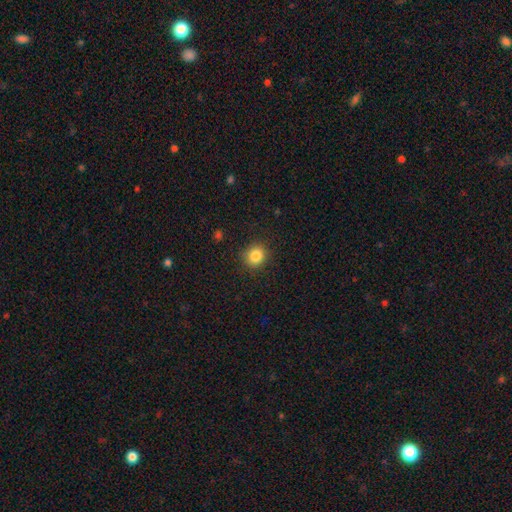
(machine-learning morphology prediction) Smooth or featured: smooth — 85% (star or artifact — 10%)
How rounded: round — 82% (in between — 17%)
Merging: none — 88% (minor disturbance — 9%)